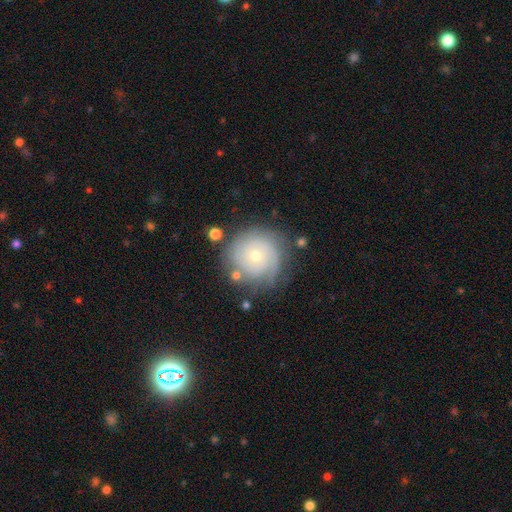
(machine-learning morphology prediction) Smooth or featured?
  - featured or disk: 66% *
  - smooth: 25%
  - star or artifact: 9%
Edge-on disk?
  - no: 97% *
  - yes: 3%
Bar?
  - no: 85% *
  - weak: 13%
  - strong: 2%
Spiral arms?
  - yes: 87% *
  - no: 13%
Spiral winding?
  - tight: 78% *
  - medium: 17%
  - loose: 6%
Spiral arm count?
  - can't tell: 44% *
  - 2: 20%
  - 3: 16%
  - 4: 8%
  - 1: 6%
  - more than 4: 5%
Bulge size?
  - small: 63% *
  - moderate: 33%
  - large: 1%
  - none: 1%
  - dominant: 1%
Merging?
  - none: 76% *
  - minor disturbance: 15%
  - major disturbance: 6%
  - merger: 3%